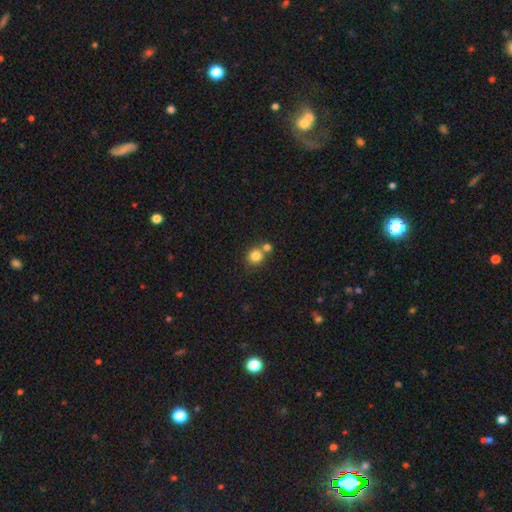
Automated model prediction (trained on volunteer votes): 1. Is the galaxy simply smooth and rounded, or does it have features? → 82% smooth, 11% star or artifact, 7% featured or disk.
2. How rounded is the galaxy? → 86% round, 13% in between, 1% cigar-shaped.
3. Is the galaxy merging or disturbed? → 56% none, 34% merger, 8% minor disturbance, 3% major disturbance.